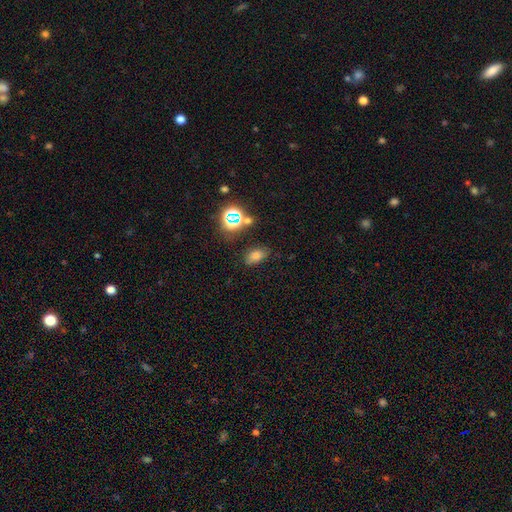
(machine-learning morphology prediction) This appears to be a smooth galaxy with no disk features (72%) that is in between round and cigar-shaped (86%). Merging: none (78%).